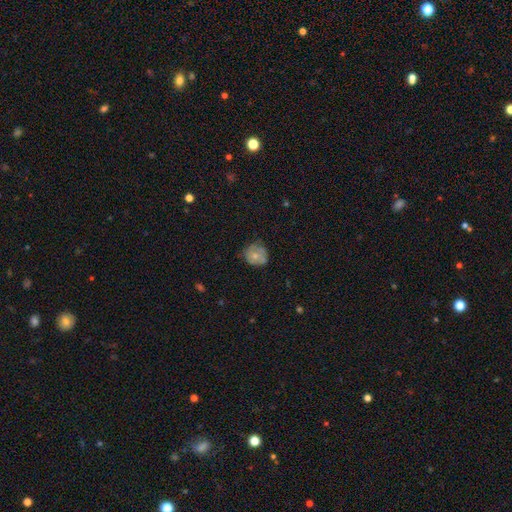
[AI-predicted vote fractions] A smooth galaxy with no disk features (63%) that is round (81%). Merging: none (62%).